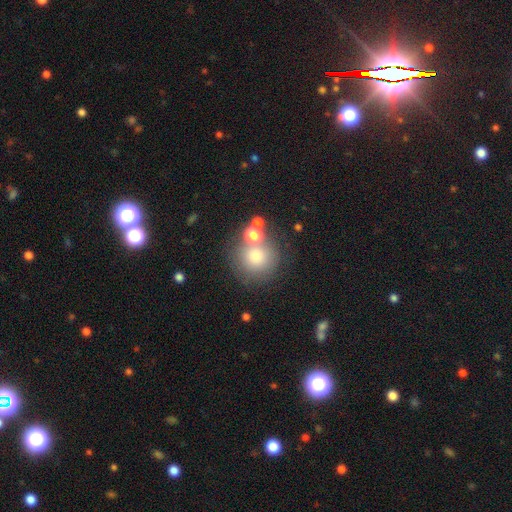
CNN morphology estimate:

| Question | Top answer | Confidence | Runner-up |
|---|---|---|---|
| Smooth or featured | smooth | 74% | star or artifact (15%) |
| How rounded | round | 91% | in between (8%) |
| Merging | none | 66% | merger (17%) |